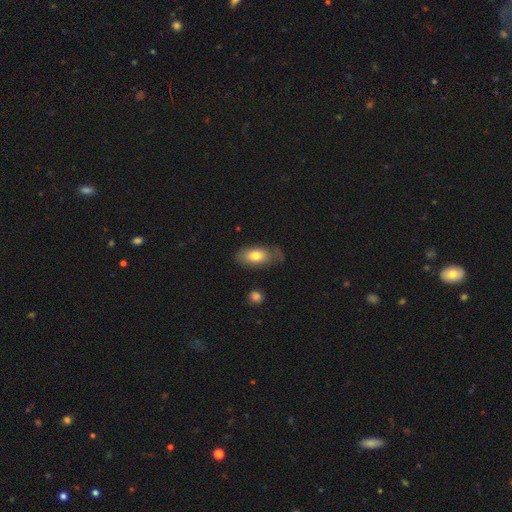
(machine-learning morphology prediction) smooth_or_featured: smooth (p=0.75) [alt: featured or disk p=0.19]
how_rounded: in between (p=0.90) [alt: cigar-shaped p=0.06]
merging: none (p=0.61) [alt: minor disturbance p=0.27]